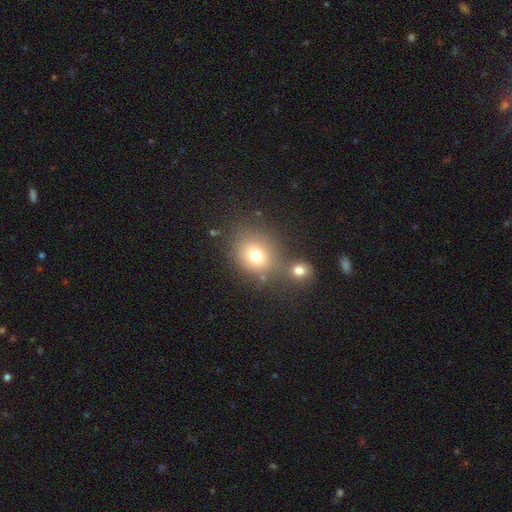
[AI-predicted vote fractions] Overall: smooth (74%). How rounded: round (69%; in between 30%). Merging: none (49%; merger 33%).